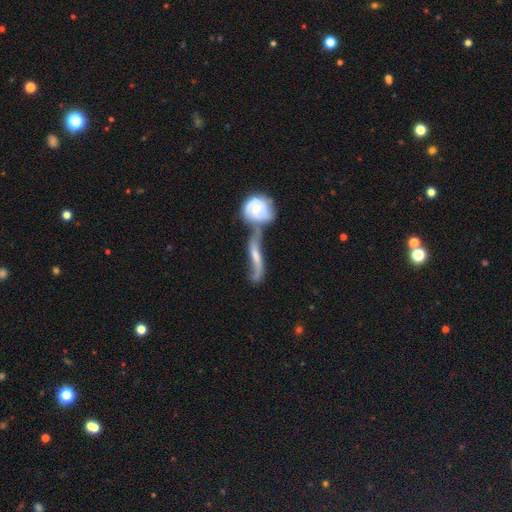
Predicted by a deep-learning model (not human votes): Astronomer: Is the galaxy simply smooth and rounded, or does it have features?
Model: featured or disk — 71%.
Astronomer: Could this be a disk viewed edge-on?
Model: no — 72%.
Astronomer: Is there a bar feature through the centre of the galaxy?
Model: no — 41% (runner-up: weak, 38%).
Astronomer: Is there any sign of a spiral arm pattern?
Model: yes — 86%.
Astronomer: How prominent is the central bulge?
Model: moderate — 46% (runner-up: small, 41%).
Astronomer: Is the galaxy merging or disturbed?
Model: merger — 51% (runner-up: none, 29%).